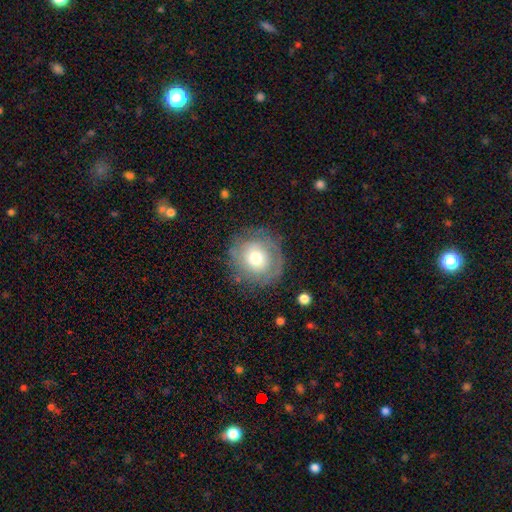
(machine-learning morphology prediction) Q: Smooth or featured?
A: smooth (49%); runner-up: featured or disk (41%)
Q: Merging?
A: none (78%); runner-up: minor disturbance (14%)